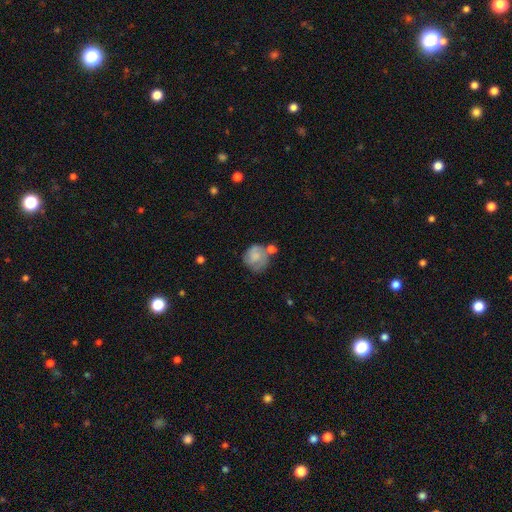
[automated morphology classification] A smooth galaxy with no disk features (58%) that is round (77%).

Vote fractions:
- Smooth or featured? smooth: 58% / featured or disk: 34% / star or artifact: 8%
- How rounded? round: 77% / in between: 22% / cigar-shaped: 1%
- Merging? none: 48% / minor disturbance: 24% / merger: 17% / major disturbance: 12%